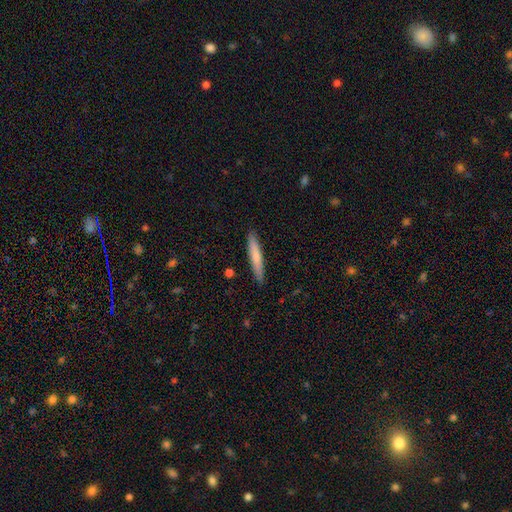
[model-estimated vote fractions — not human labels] The model was most divided on "smooth or featured": smooth: 67%, featured or disk: 27%, star or artifact: 6%. More confident: how rounded — cigar-shaped (94%); merging — none (89%).